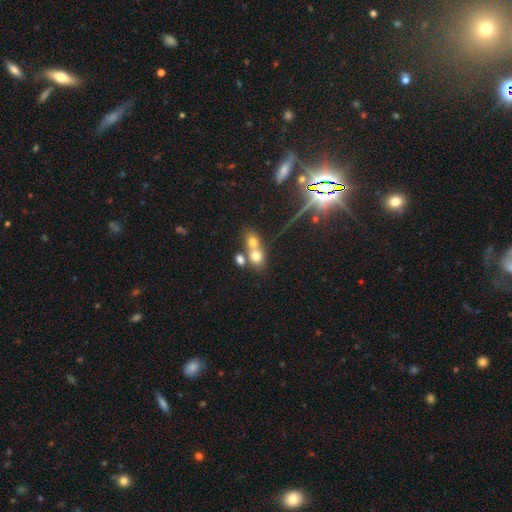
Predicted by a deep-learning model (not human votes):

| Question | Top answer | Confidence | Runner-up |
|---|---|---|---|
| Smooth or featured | smooth | 68% | featured or disk (17%) |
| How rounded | round | 60% | in between (38%) |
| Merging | merger | 62% | none (28%) |